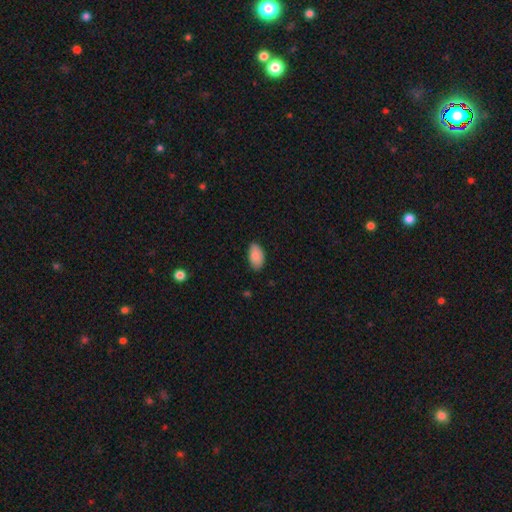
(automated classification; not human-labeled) A smooth galaxy with no disk features (87%) that is in between round and cigar-shaped (94%). Merging: none (83%).